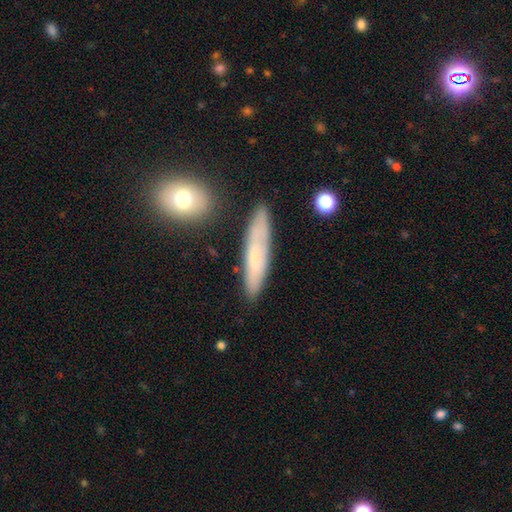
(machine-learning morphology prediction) A smooth galaxy with no disk features (57%) that is cigar-shaped (82%).

Vote fractions:
- Smooth or featured? smooth: 57% / featured or disk: 35% / star or artifact: 7%
- How rounded? cigar-shaped: 82% / in between: 16% / round: 2%
- Merging? none: 81% / minor disturbance: 14% / merger: 3% / major disturbance: 3%